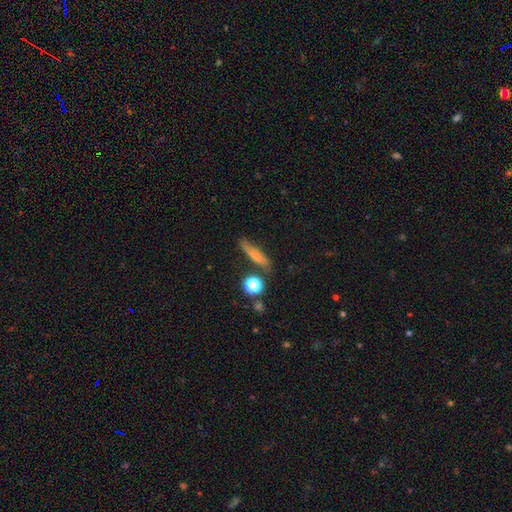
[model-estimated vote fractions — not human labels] A smooth galaxy with no disk features (65%) that is cigar-shaped (71%). Merging: none (67%).